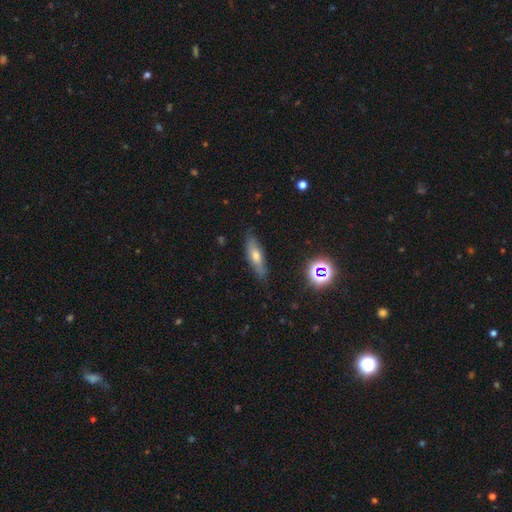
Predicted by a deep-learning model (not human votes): A smooth galaxy with no disk features (53%) that is cigar-shaped (58%). Merging: none (82%).